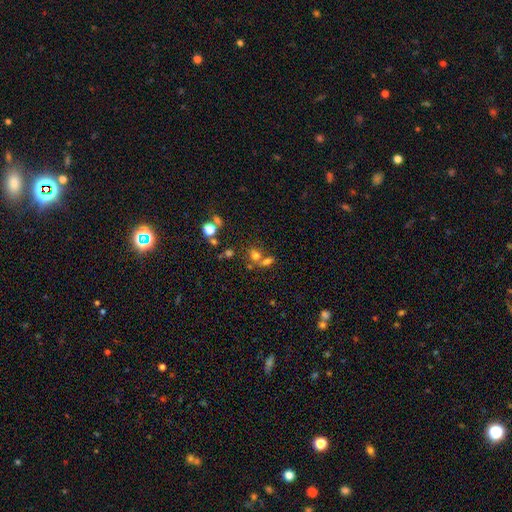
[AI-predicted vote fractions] Morphology: type=smooth (66%); roundness=round (55%); merging=none (43%).